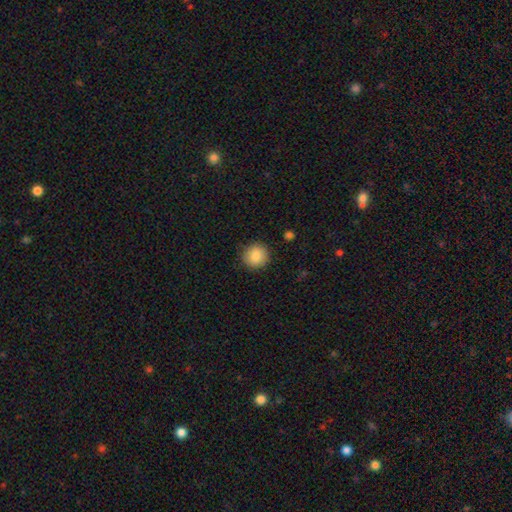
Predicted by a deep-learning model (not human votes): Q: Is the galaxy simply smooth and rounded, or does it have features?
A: smooth — 85%.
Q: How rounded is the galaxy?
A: round — 91%.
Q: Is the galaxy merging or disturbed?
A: none — 89%.